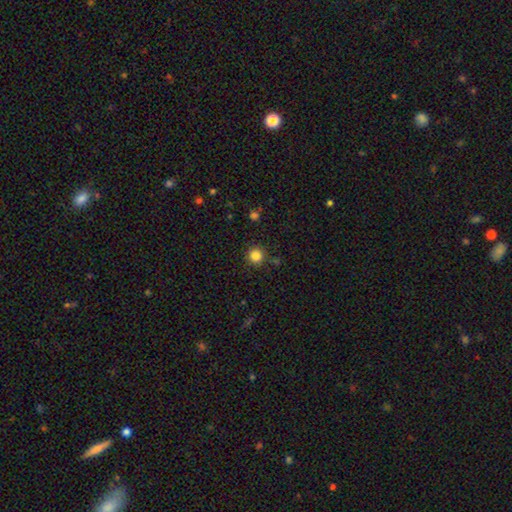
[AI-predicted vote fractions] Overall: smooth (84%). How rounded: round (94%). Merging: none (89%).